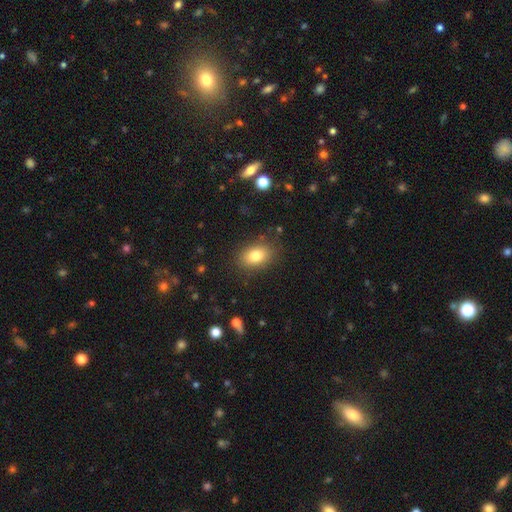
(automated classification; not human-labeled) A smooth galaxy with no disk features (81%) that is in between round and cigar-shaped (83%).

Vote fractions:
- Smooth or featured? smooth: 81% / featured or disk: 10% / star or artifact: 9%
- How rounded? in between: 83% / round: 15% / cigar-shaped: 2%
- Merging? none: 83% / minor disturbance: 11% / major disturbance: 4% / merger: 2%